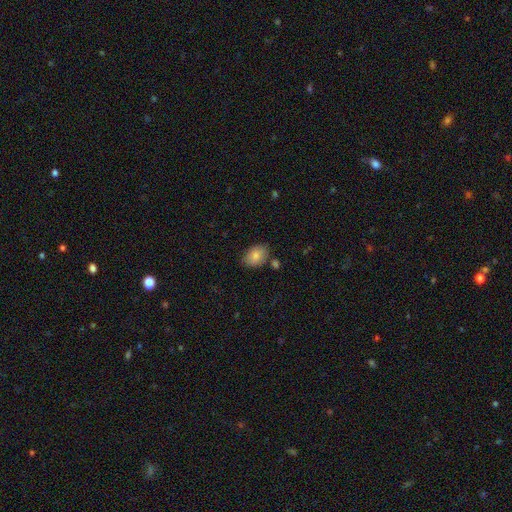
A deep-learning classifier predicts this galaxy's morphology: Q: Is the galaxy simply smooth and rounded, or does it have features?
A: smooth — 84%.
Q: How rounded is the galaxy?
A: in between — 77%.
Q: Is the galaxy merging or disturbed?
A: none — 73%.